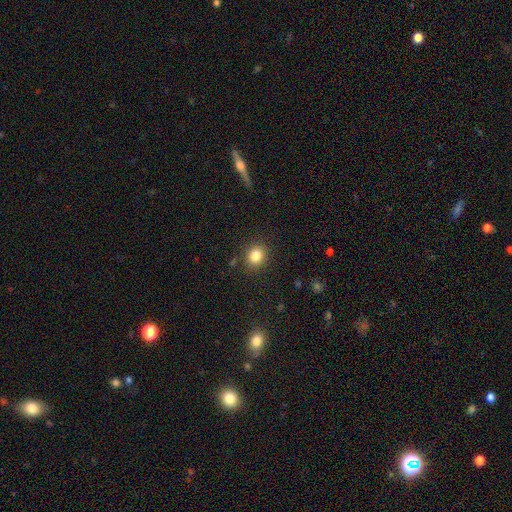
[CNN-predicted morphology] type=smooth (83%); roundness=round (73%); merging=none (88%).